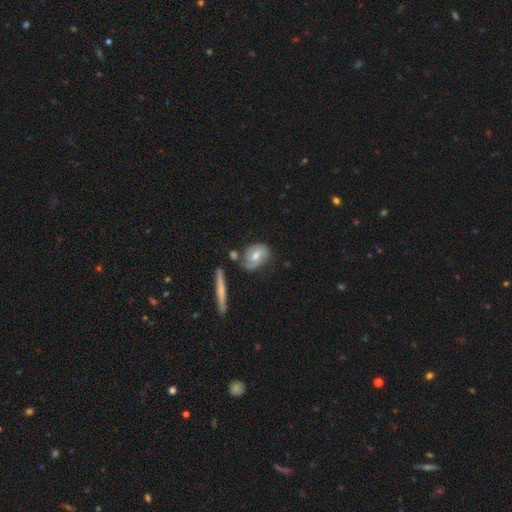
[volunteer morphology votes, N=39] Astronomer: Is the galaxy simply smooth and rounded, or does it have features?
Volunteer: featured or disk — 51% (runner-up: smooth, 41%).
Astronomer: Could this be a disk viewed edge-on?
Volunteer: no — 95%.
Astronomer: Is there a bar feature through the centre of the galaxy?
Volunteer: no — 74%.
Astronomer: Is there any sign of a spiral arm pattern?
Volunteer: yes — 63%.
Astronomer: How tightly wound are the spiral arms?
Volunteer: tight — 50% (runner-up: medium, 42%).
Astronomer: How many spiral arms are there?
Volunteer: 2 — 58%.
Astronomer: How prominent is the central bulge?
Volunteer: moderate — 84%.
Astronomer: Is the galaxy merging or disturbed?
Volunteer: none — 53% (runner-up: minor disturbance, 33%).